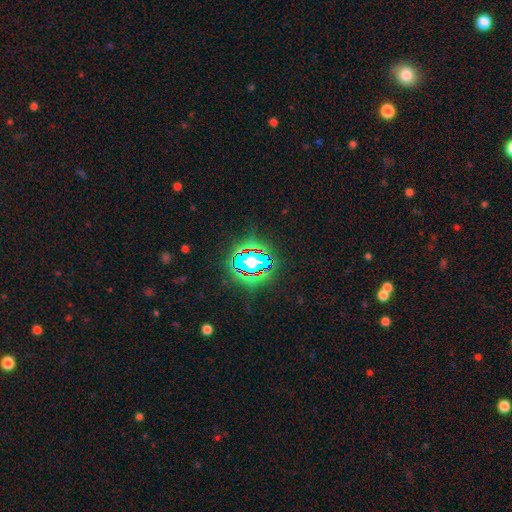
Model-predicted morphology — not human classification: type=star or artifact (80%).